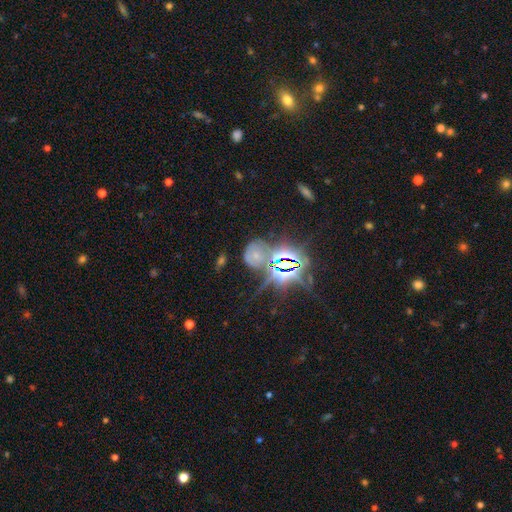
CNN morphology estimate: smooth-or-featured: star or artifact: 47% | smooth: 29% | featured or disk: 25%